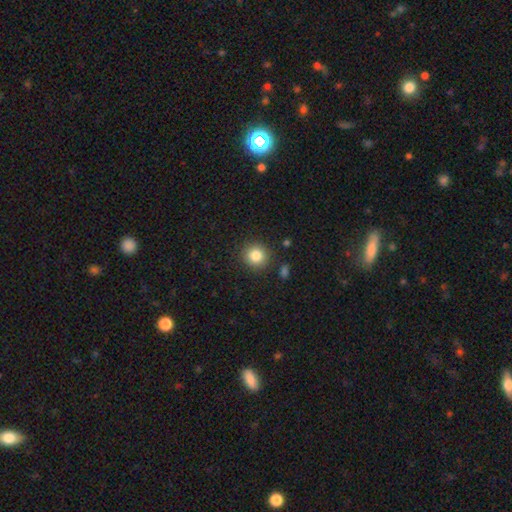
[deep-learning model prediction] Overall: smooth (84%). How rounded: round (92%). Merging: none (88%).